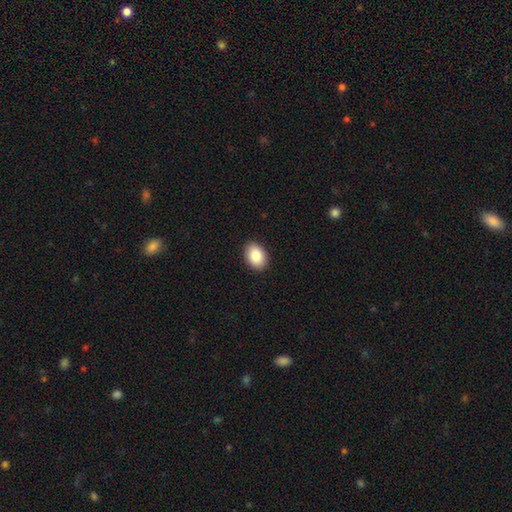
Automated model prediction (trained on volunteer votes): Smooth or featured? smooth (86%)
How rounded? in between (81%)
Merging? none (91%)